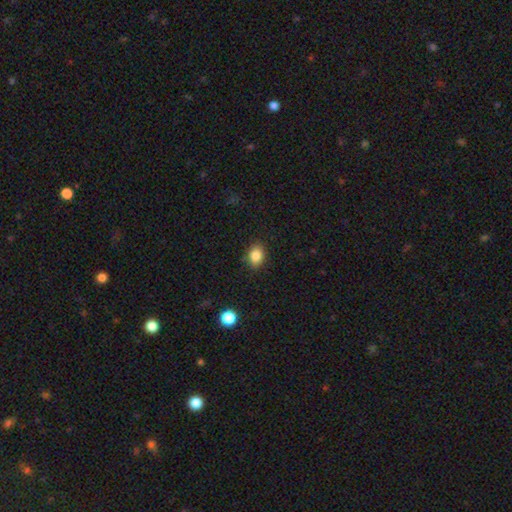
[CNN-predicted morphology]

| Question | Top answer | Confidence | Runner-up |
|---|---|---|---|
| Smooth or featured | smooth | 86% | star or artifact (9%) |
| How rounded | in between | 66% | round (33%) |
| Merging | none | 85% | minor disturbance (11%) |